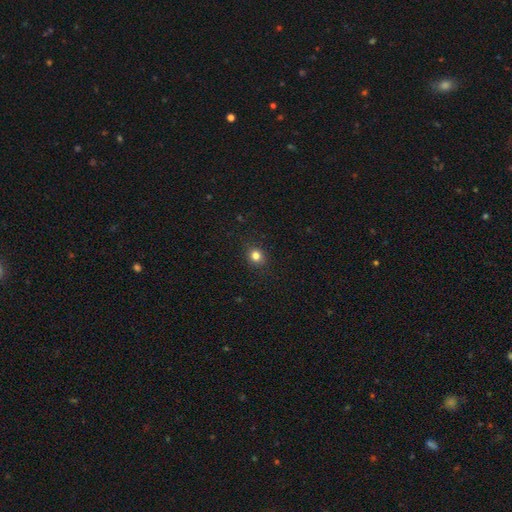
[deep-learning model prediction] Smooth or featured? Predicted: smooth (p=0.81). How rounded? Predicted: round (p=0.81). Merging? Predicted: none (p=0.89).